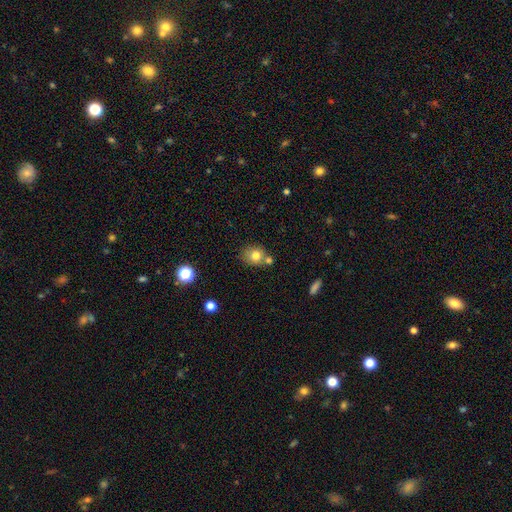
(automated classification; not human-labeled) Q: Smooth or featured?
A: smooth (76%); runner-up: featured or disk (13%)
Q: How rounded?
A: round (66%); runner-up: in between (33%)
Q: Merging?
A: none (59%); runner-up: merger (24%)